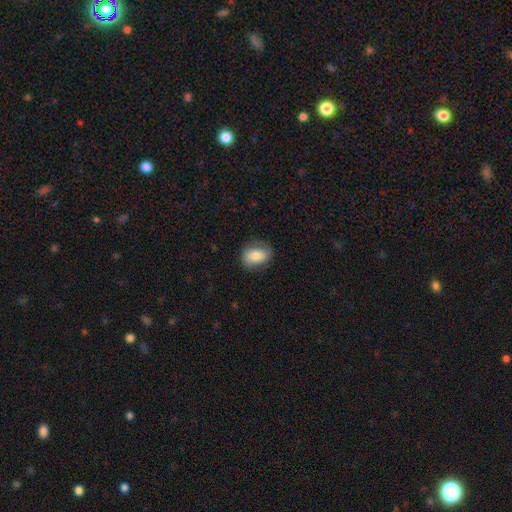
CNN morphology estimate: smooth 77%, featured or disk 16%, star or artifact 7%. Down the decision tree: how rounded — in between (78%); merging — none (74%).